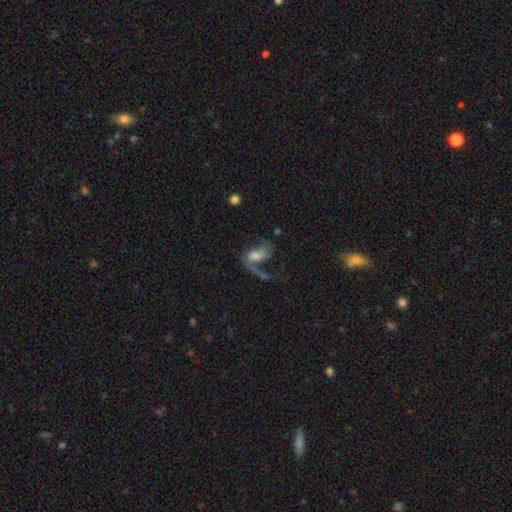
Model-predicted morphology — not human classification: This is likely a featured or disk galaxy (62%). It is clearly not viewed edge-on (95%). Bar: possibly no (48%). Spiral arm pattern: likely yes (77%). Central bulge: marginally moderate (28%). Merging: possibly major disturbance (45%).